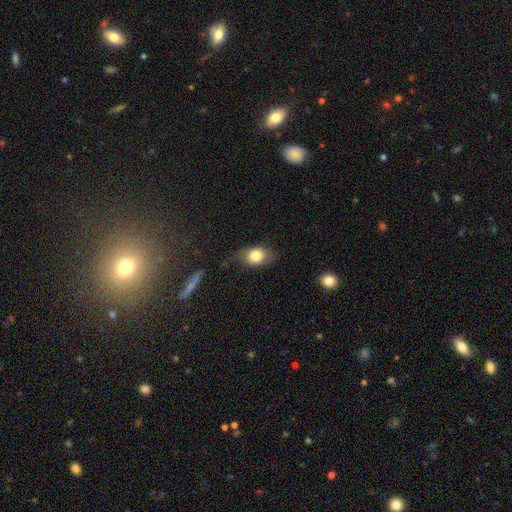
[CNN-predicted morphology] Overall: smooth (80%). How rounded: in between (67%; round 31%). Merging: none (73%).